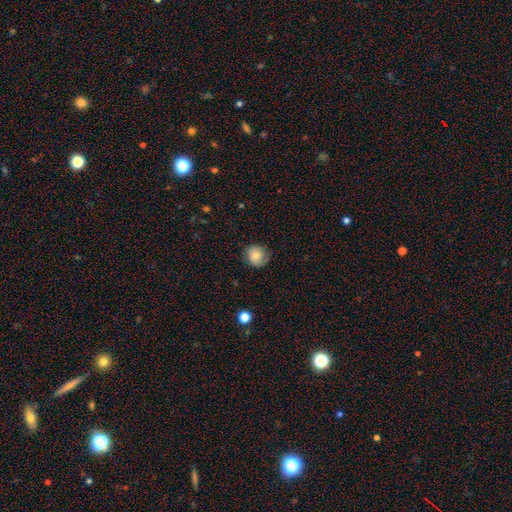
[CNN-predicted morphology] type=smooth (77%); roundness=round (83%); merging=none (71%).